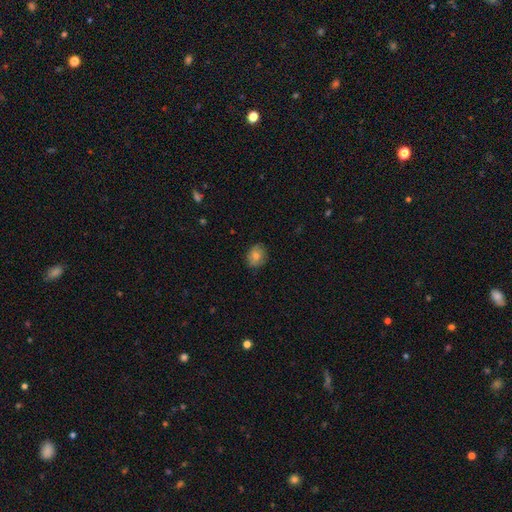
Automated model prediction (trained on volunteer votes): The model was most divided on "how rounded": round: 58%, in between: 41%, cigar-shaped: 1%. More confident: merging — none (84%); smooth or featured — smooth (74%).